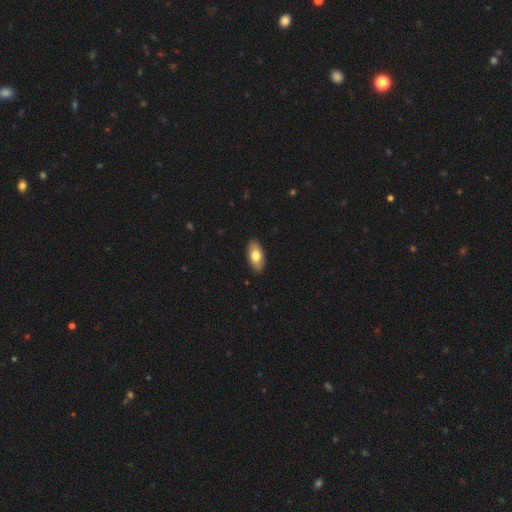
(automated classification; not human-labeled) A smooth galaxy with no disk features (76%) that is in between round and cigar-shaped (93%). Merging: none (90%).